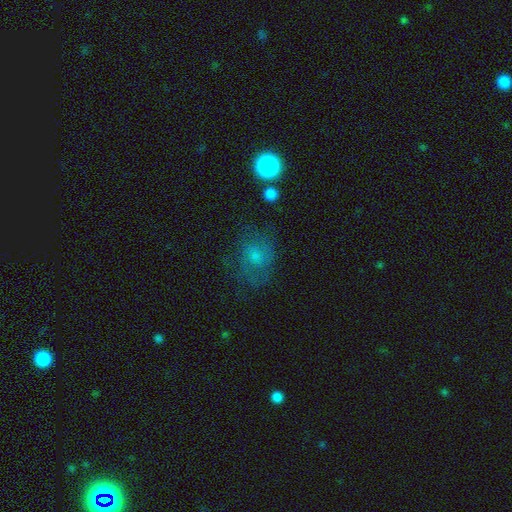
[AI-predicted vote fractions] This is possibly a smooth galaxy (53%). How rounded: possibly round (56%). Merging: possibly none (58%).